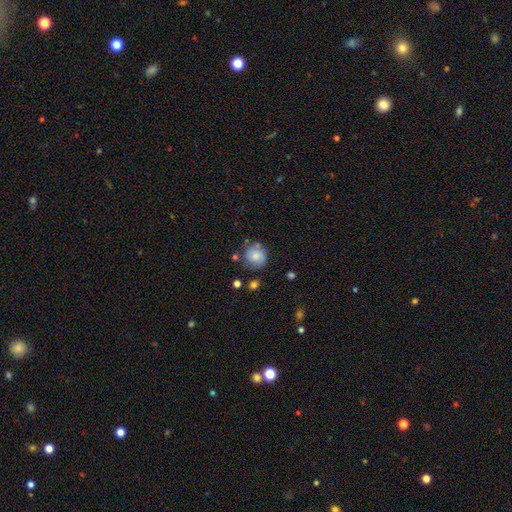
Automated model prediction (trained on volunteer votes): This appears to be a smooth galaxy with no disk features (70%) that is round (87%). Merging: none (67%).